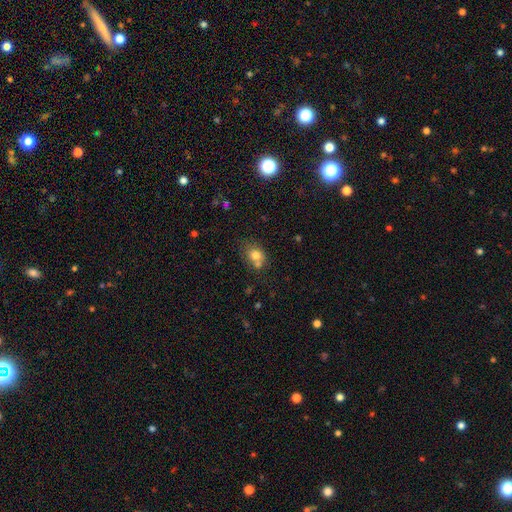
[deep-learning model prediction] The model was most divided on "how rounded": round: 53%, in between: 46%, cigar-shaped: 1%. More confident: smooth or featured — smooth (76%); merging — none (51%).